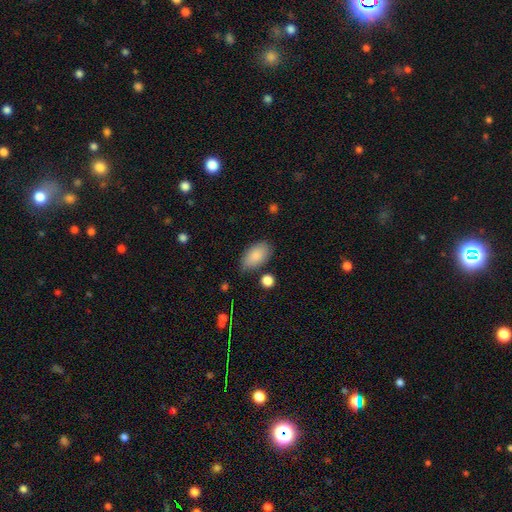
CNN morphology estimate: This appears to be a smooth galaxy with no disk features (86%) that is in between round and cigar-shaped (93%). Merging: none (76%).